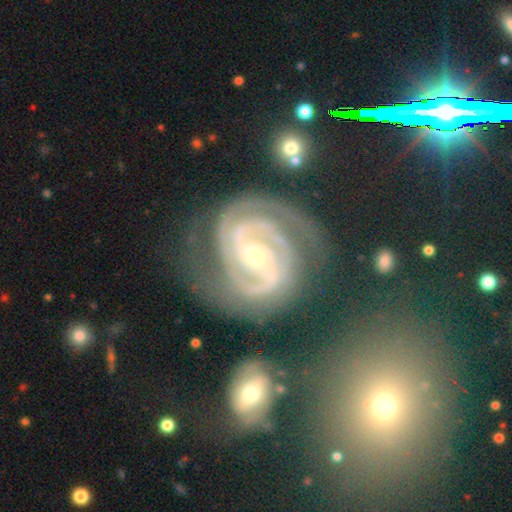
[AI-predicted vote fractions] featured or disk 92%, star or artifact 5%, smooth 3%. Down the decision tree: edge-on disk — no (98%); bar — weak (35%, tied with strong); spiral arms — yes (99%); spiral arm count — 2 (63%); spiral winding — tight (65%); bulge size — small (61%); merging — none (66%).